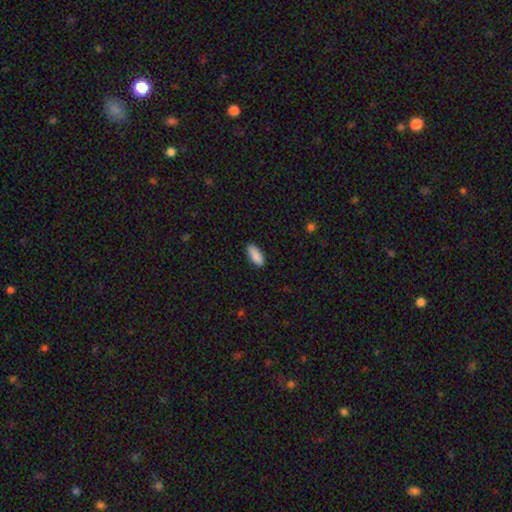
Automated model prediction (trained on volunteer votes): A smooth galaxy with no disk features (89%) that is in between round and cigar-shaped (86%). Merging: none (86%).